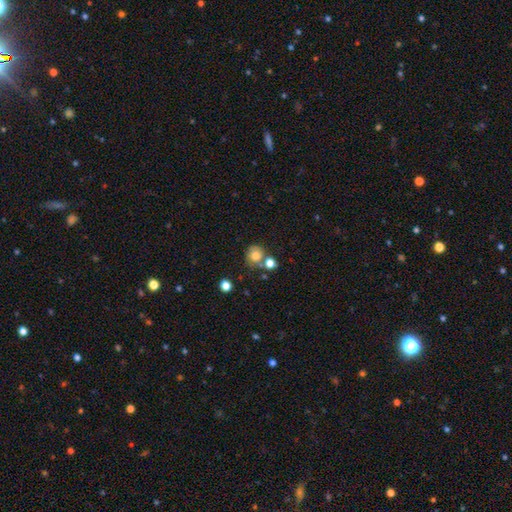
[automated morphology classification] Overall: smooth (78%). How rounded: round (80%). Merging: none (59%; merger 23%).